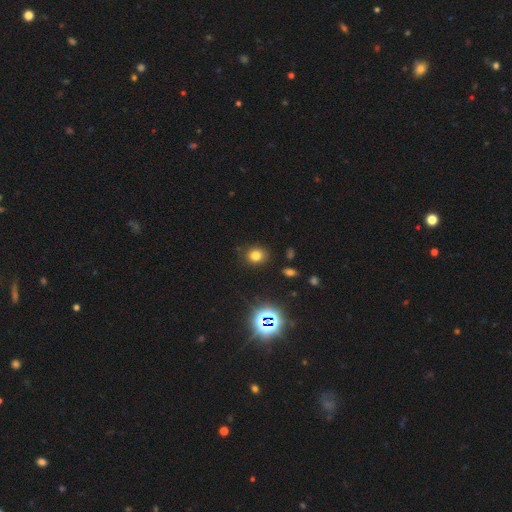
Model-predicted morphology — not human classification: A smooth galaxy with no disk features (75%) that is round (66%).

Vote fractions:
- Smooth or featured? smooth: 75% / star or artifact: 19% / featured or disk: 7%
- How rounded? round: 66% / in between: 33% / cigar-shaped: 1%
- Merging? none: 87% / minor disturbance: 9% / major disturbance: 3% / merger: 2%